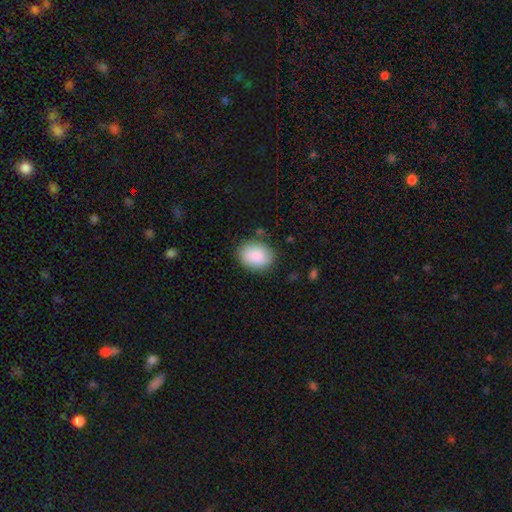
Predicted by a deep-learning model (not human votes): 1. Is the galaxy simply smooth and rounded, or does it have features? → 88% smooth, 6% star or artifact, 5% featured or disk.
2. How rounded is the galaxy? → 63% in between, 36% round, 1% cigar-shaped.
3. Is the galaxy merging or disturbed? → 83% none, 12% minor disturbance, 3% major disturbance, 2% merger.